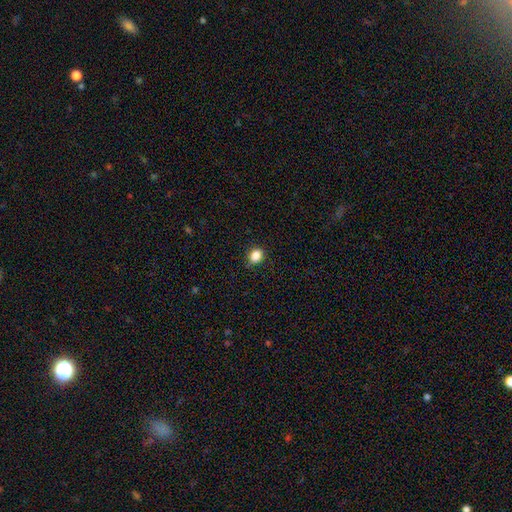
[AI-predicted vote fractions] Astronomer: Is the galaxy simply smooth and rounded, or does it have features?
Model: smooth — 85%.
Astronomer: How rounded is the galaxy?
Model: round — 52% (runner-up: in between, 47%).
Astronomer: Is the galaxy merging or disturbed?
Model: none — 82%.